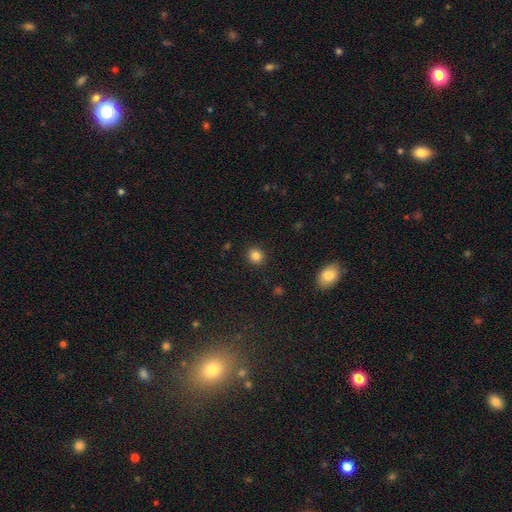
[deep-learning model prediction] Overall: smooth (84%). How rounded: round (87%). Merging: none (91%).